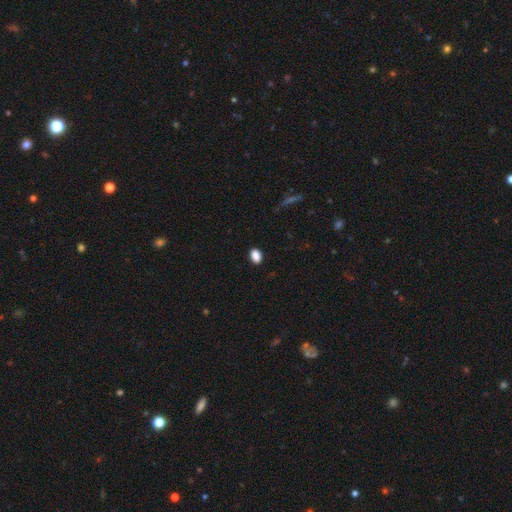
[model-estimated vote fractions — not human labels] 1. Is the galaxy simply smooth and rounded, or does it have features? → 88% smooth, 9% star or artifact, 3% featured or disk.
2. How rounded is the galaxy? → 85% in between, 13% round, 2% cigar-shaped.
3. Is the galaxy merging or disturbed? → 89% none, 8% minor disturbance, 2% major disturbance, 1% merger.